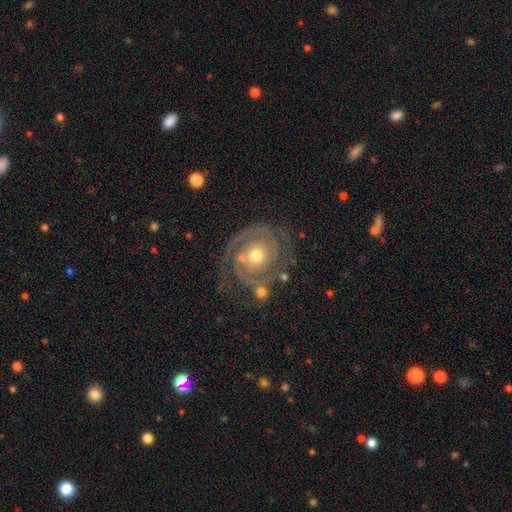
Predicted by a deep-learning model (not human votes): This appears to be a featured or disk galaxy (89%) with no bar (80%), 2 (79%) tight (70%) spiral arms (96%) and a moderate central bulge (69%). Merging: none (67%).